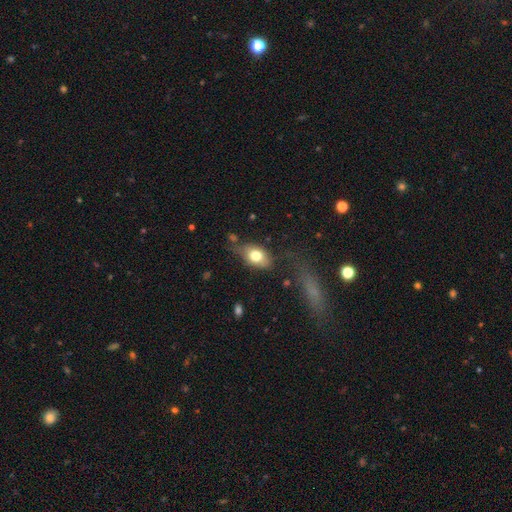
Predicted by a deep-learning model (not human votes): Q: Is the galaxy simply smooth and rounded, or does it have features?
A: smooth — 74%.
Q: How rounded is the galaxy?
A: in between — 80%.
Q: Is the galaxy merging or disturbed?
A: none — 58%.